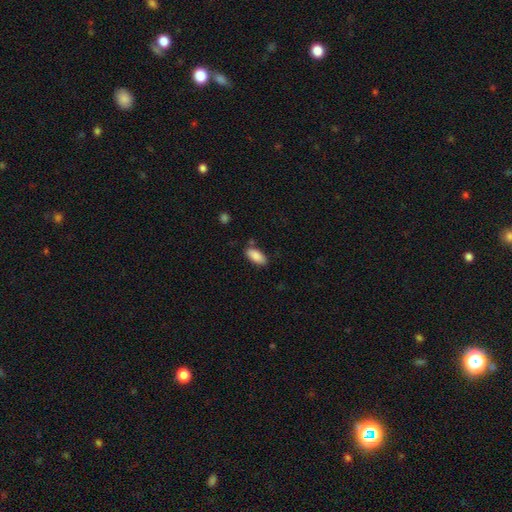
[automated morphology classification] A smooth galaxy with no disk features (89%) that is in between round and cigar-shaped (88%). Merging: none (79%).